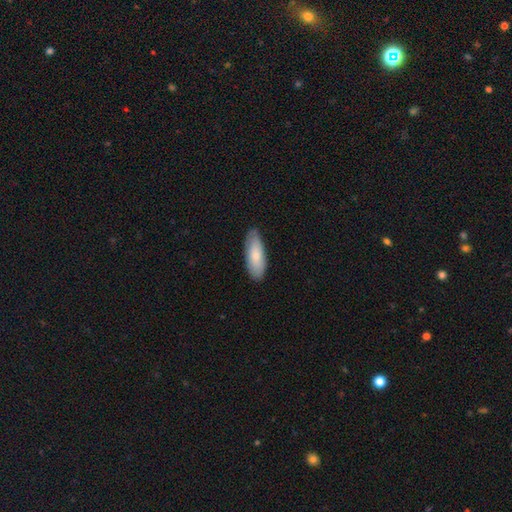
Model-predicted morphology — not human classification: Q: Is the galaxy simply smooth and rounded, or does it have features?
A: smooth — 79%.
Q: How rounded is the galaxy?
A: in between — 71%.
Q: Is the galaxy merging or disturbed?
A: none — 83%.